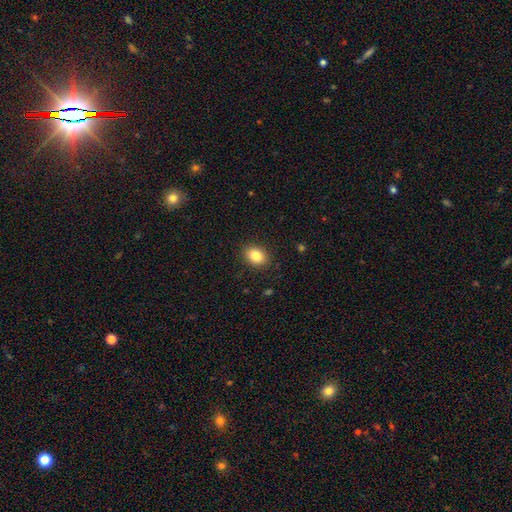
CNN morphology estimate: smooth 84%, star or artifact 9%, featured or disk 7%. Down the decision tree: how rounded — in between (73%); merging — none (89%).